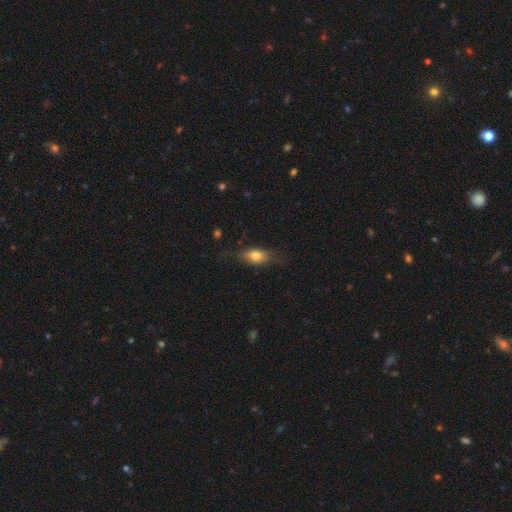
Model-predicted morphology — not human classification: A smooth galaxy with no disk features (67%) that is in between round and cigar-shaped (75%). Merging: none (67%).